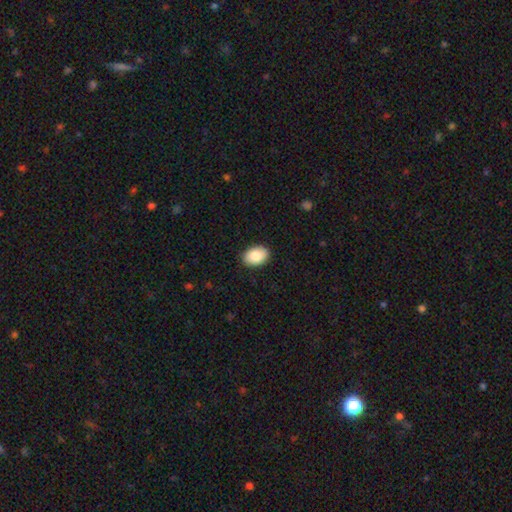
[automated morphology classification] Smooth or featured? smooth (87%)
How rounded? in between (85%)
Merging? none (90%)